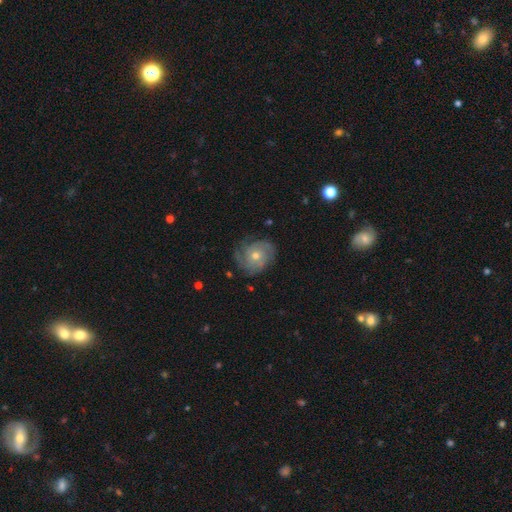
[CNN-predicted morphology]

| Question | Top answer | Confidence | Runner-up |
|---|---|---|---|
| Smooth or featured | featured or disk | 78% | smooth (13%) |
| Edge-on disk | no | 97% | yes (3%) |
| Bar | no | 82% | weak (16%) |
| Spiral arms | yes | 94% | no (6%) |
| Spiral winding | tight | 61% | medium (30%) |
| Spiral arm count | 3 | 28% | tied: can't tell (28%) |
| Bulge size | moderate | 52% | small (44%) |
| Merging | none | 76% | minor disturbance (17%) |